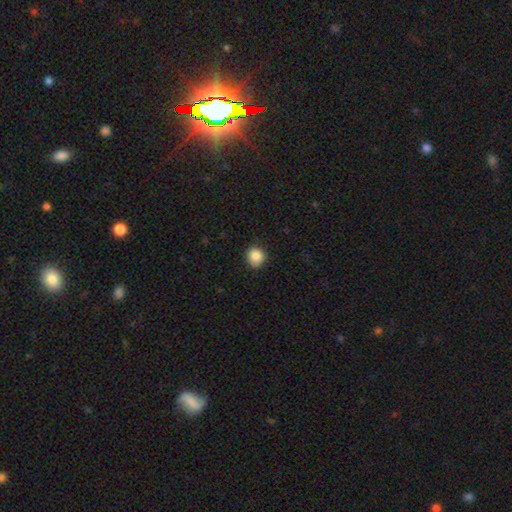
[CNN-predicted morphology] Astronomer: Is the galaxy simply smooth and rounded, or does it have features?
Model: smooth — 86%.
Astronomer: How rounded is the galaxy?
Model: round — 86%.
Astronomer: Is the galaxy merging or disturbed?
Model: none — 85%.